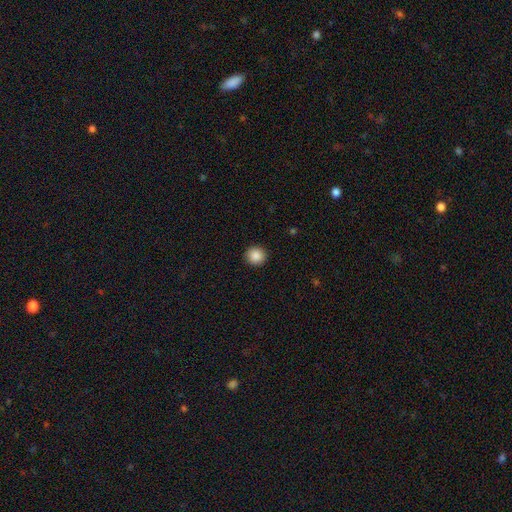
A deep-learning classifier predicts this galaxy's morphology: A smooth galaxy with no disk features (88%) that is round (92%).

Vote fractions:
- Smooth or featured? smooth: 88% / star or artifact: 9% / featured or disk: 3%
- How rounded? round: 92% / in between: 7% / cigar-shaped: 1%
- Merging? none: 92% / minor disturbance: 5% / major disturbance: 2% / merger: 1%